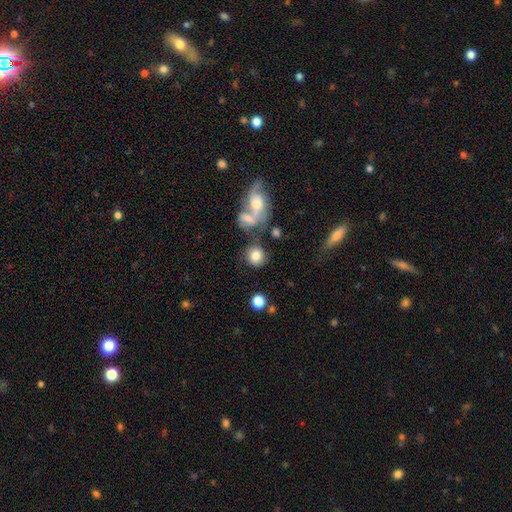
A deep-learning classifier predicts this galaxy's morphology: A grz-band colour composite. It shows a smooth galaxy with no disk features (77%) that is round (81%). Merging: none (59%).